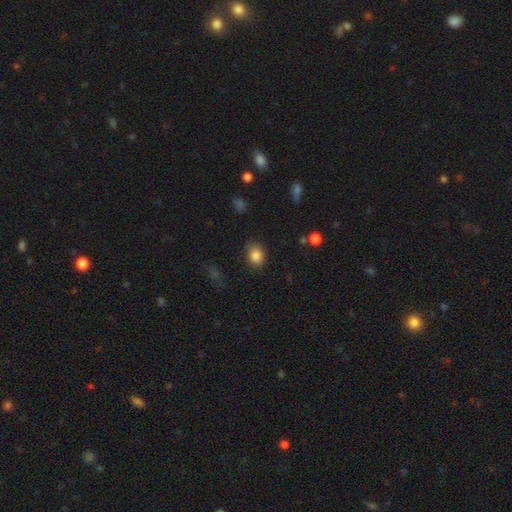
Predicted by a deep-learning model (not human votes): smooth-or-featured: smooth: 85% | star or artifact: 9% | featured or disk: 5%
  how-rounded: in between: 56% | round: 43% | cigar-shaped: 1%
  merging: none: 81% | minor disturbance: 14% | major disturbance: 3% | merger: 2%